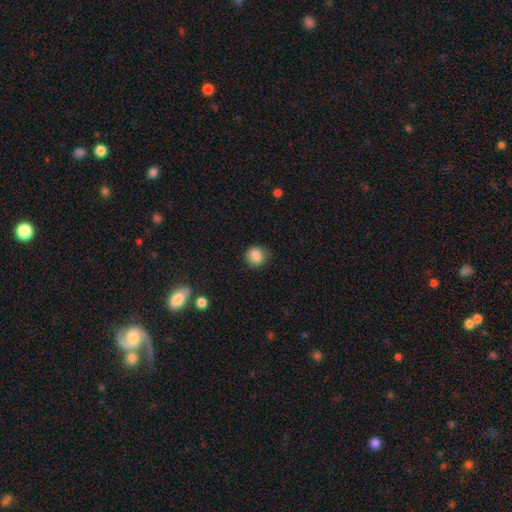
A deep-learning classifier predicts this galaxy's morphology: Overall: smooth (86%). How rounded: round (88%). Merging: none (87%).